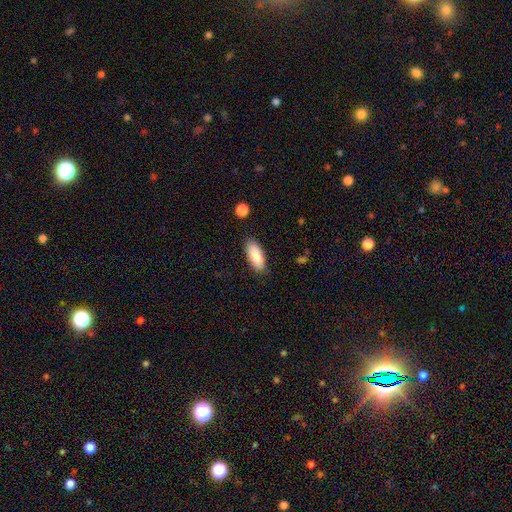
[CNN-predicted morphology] The model was most divided on "how rounded": in between: 81%, cigar-shaped: 18%, round: 2%. More confident: smooth or featured — smooth (87%); merging — none (86%).